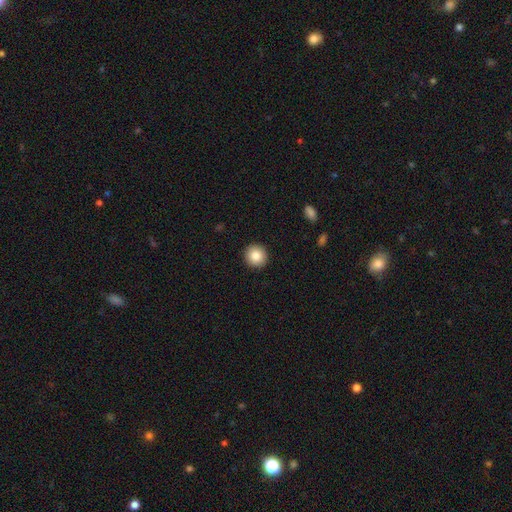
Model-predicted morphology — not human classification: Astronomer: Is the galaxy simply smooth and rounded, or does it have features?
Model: smooth — 85%.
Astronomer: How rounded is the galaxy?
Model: round — 94%.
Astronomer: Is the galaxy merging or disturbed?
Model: none — 93%.